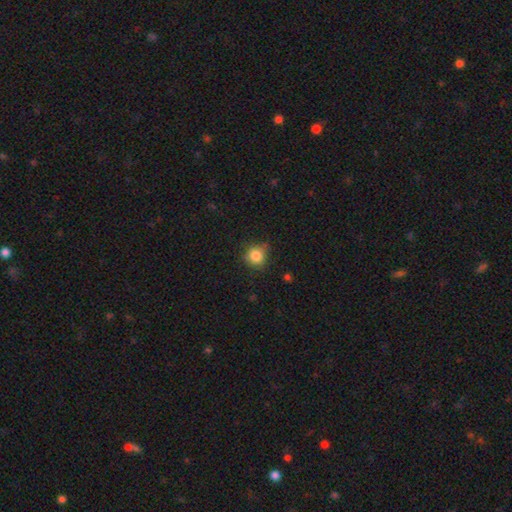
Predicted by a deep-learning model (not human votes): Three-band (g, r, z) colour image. It shows a smooth galaxy with no disk features (84%) that is round (85%). Merging: none (71%).